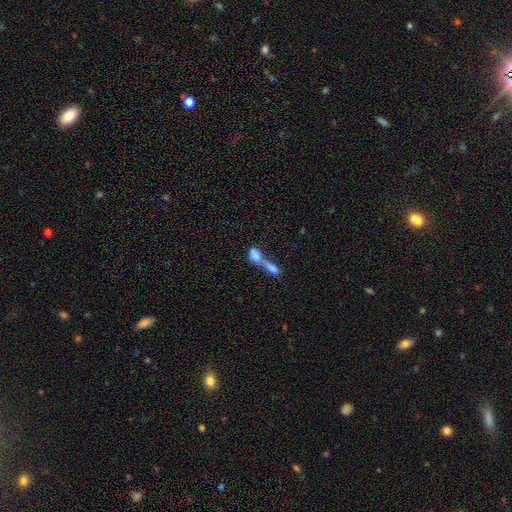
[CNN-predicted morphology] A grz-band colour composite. It shows a smooth galaxy with no disk features (70%) that is in between round and cigar-shaped (63%). Merging: merger (79%).